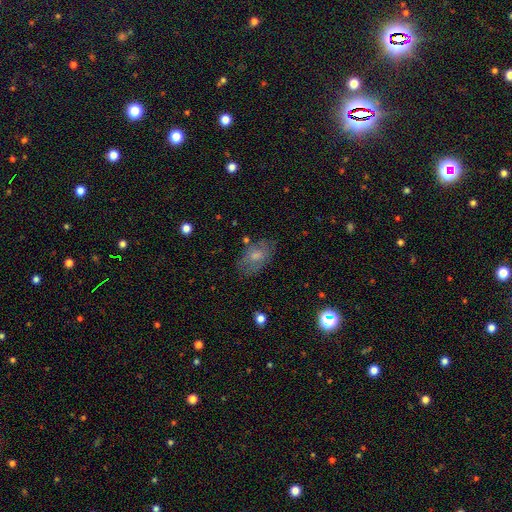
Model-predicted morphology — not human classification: A smooth galaxy with no disk features (63%) that is in between round and cigar-shaped (89%).

Vote fractions:
- Smooth or featured? smooth: 63% / featured or disk: 28% / star or artifact: 9%
- How rounded? in between: 89% / round: 9% / cigar-shaped: 2%
- Merging? none: 67% / minor disturbance: 21% / major disturbance: 8% / merger: 3%